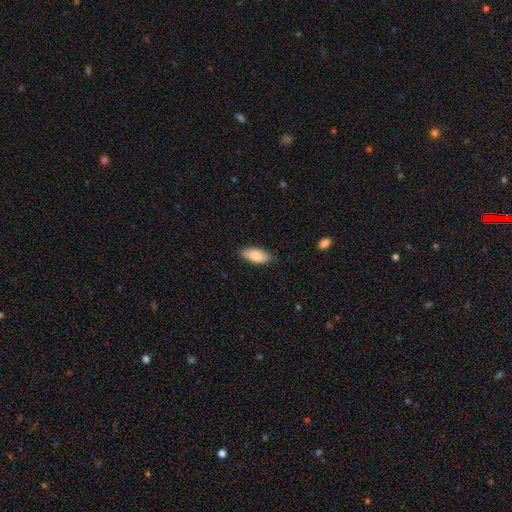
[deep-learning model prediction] Smooth or featured?
  - smooth: 81% *
  - featured or disk: 13%
  - star or artifact: 6%
How rounded?
  - in between: 87% *
  - cigar-shaped: 10%
  - round: 2%
Merging?
  - none: 85% *
  - minor disturbance: 12%
  - major disturbance: 2%
  - merger: 1%